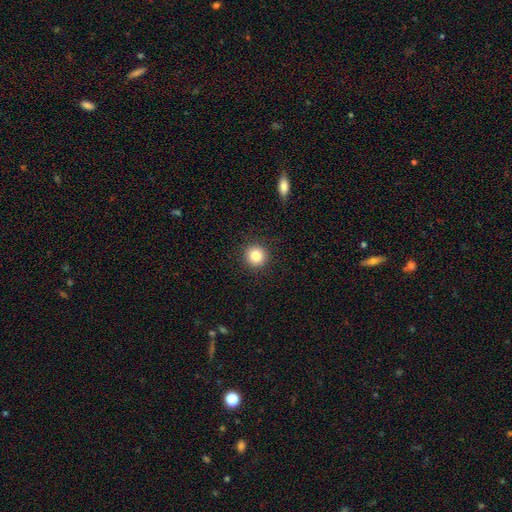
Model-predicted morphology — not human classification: This appears to be a smooth galaxy with no disk features (84%) that is round (94%). Merging: none (91%).